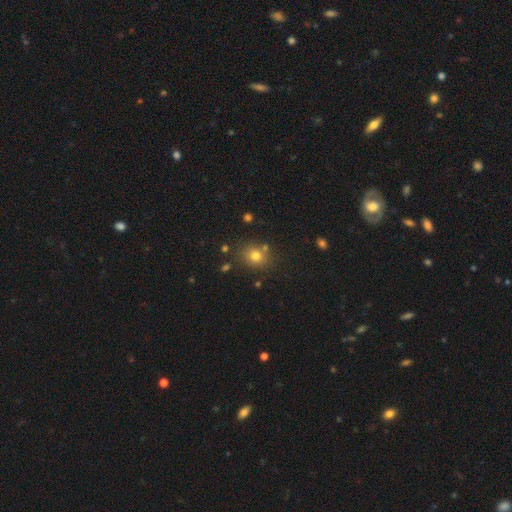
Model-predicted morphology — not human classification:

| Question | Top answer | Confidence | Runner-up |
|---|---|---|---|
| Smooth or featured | smooth | 76% | star or artifact (15%) |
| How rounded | round | 71% | in between (29%) |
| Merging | none | 77% | minor disturbance (11%) |